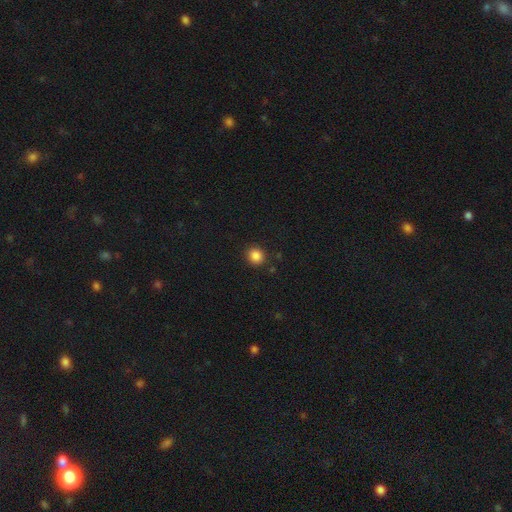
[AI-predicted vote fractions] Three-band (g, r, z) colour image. It shows a smooth galaxy with no disk features (85%) that is round (85%). Merging: none (89%).